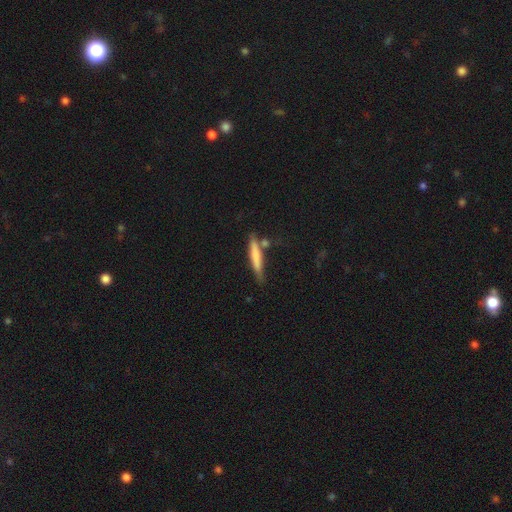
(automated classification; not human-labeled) The model was most divided on "smooth or featured": smooth: 66%, featured or disk: 27%, star or artifact: 6%. More confident: how rounded — cigar-shaped (91%); merging — none (66%).